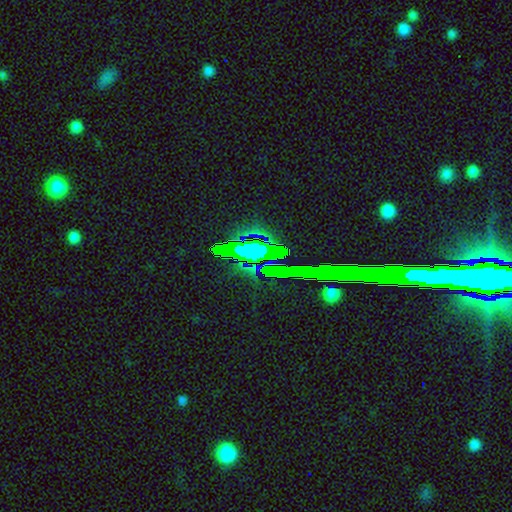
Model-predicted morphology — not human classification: smooth-or-featured: star or artifact: 69% | featured or disk: 16% | smooth: 15%